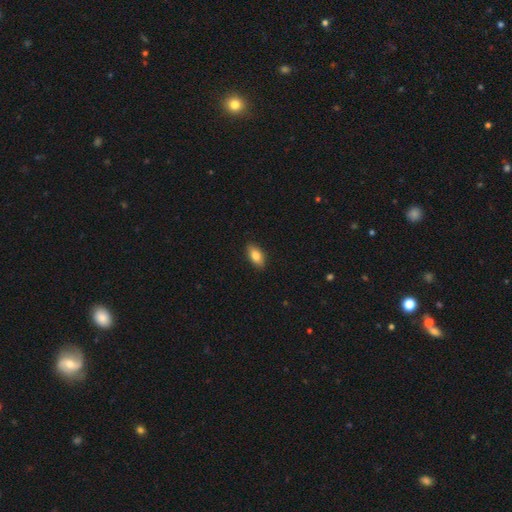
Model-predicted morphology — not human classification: smooth-or-featured: smooth: 80% | featured or disk: 13% | star or artifact: 7%
  how-rounded: in between: 88% | cigar-shaped: 8% | round: 4%
  merging: none: 88% | minor disturbance: 9% | major disturbance: 2% | merger: 1%